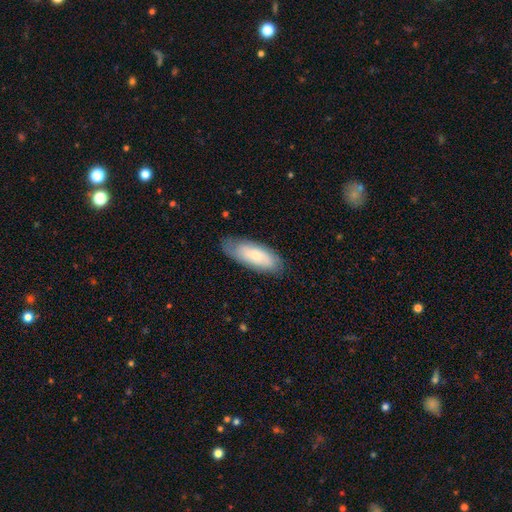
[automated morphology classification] type=smooth (61%); roundness=in between (74%); merging=none (75%).